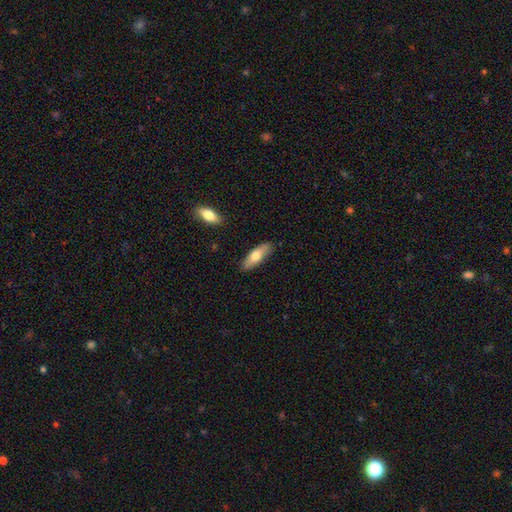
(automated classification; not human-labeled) Smooth or featured? Predicted: smooth (p=0.69). How rounded? Predicted: in between (p=0.58). Merging? Predicted: none (p=0.86).